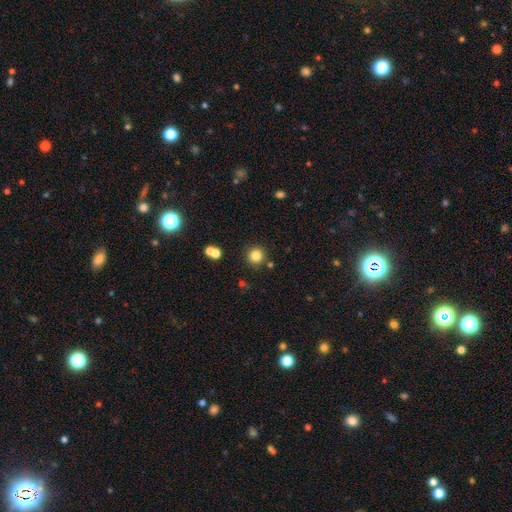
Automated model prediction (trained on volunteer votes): Smooth or featured: smooth — 82% (star or artifact — 12%)
How rounded: round — 94% (in between — 5%)
Merging: none — 86% (minor disturbance — 7%)